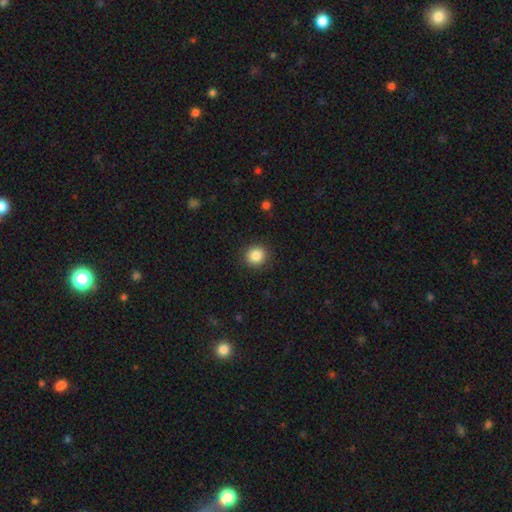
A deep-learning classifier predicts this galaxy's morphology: Smooth or featured?
  - smooth: 86% *
  - star or artifact: 10%
  - featured or disk: 5%
How rounded?
  - round: 90% *
  - in between: 9%
  - cigar-shaped: 1%
Merging?
  - none: 91% *
  - minor disturbance: 6%
  - major disturbance: 2%
  - merger: 1%